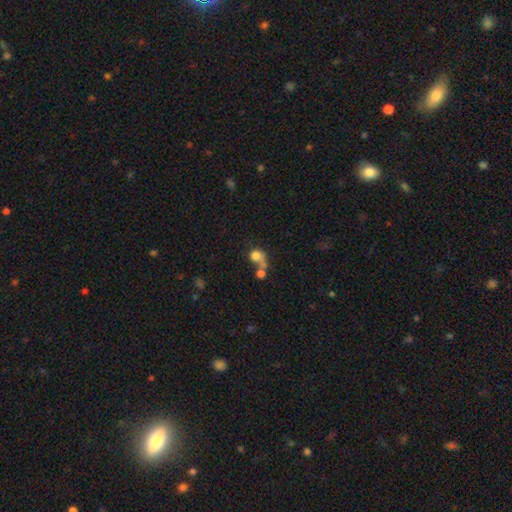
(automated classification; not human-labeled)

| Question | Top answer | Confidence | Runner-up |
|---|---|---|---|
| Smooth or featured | smooth | 72% | featured or disk (16%) |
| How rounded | round | 72% | in between (26%) |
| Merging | merger | 50% | none (26%) |